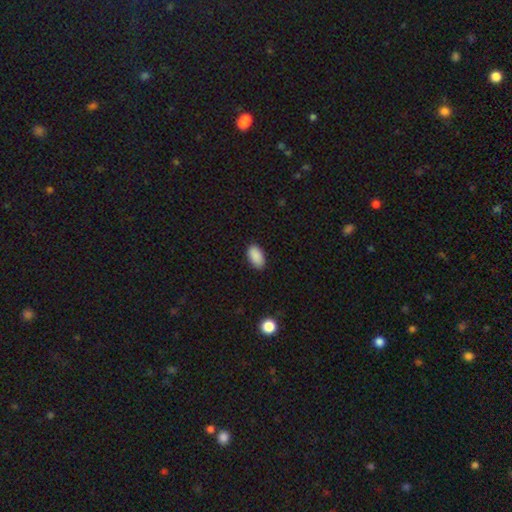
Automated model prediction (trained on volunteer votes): Smooth or featured: smooth — 90% (star or artifact — 7%)
How rounded: in between — 94% (round — 4%)
Merging: none — 88% (minor disturbance — 9%)